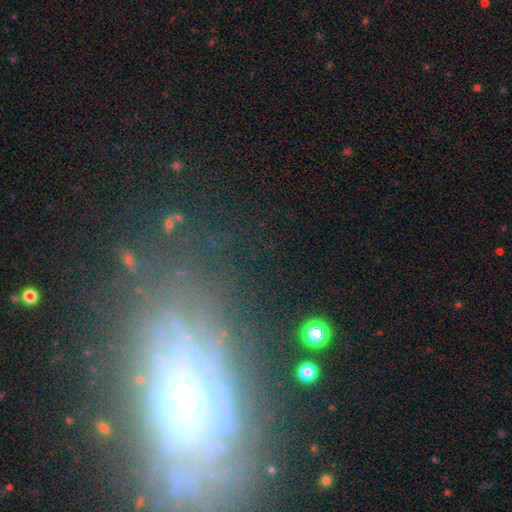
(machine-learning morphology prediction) Smooth or featured? Predicted: featured or disk (p=0.63). Edge-on disk? Predicted: no (p=0.82). Bar? Predicted: no (p=0.76). Spiral arms? Predicted: yes (p=0.59). Bulge size? Predicted: moderate (p=0.42). Merging? Predicted: none (p=0.71).